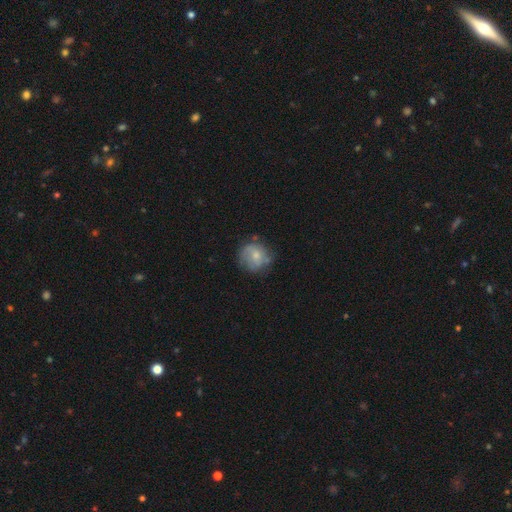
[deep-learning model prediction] Smooth or featured?
  - smooth: 58% *
  - featured or disk: 34%
  - star or artifact: 8%
How rounded?
  - round: 83% *
  - in between: 16%
  - cigar-shaped: 1%
Merging?
  - none: 59% *
  - minor disturbance: 26%
  - major disturbance: 11%
  - merger: 4%